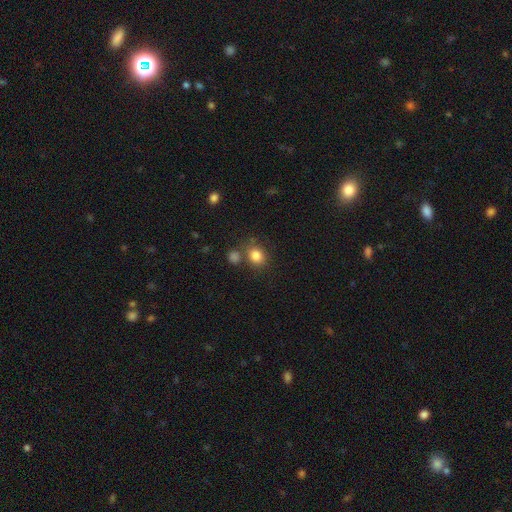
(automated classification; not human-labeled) Overall: smooth (83%). How rounded: round (65%; in between 34%). Merging: none (71%).